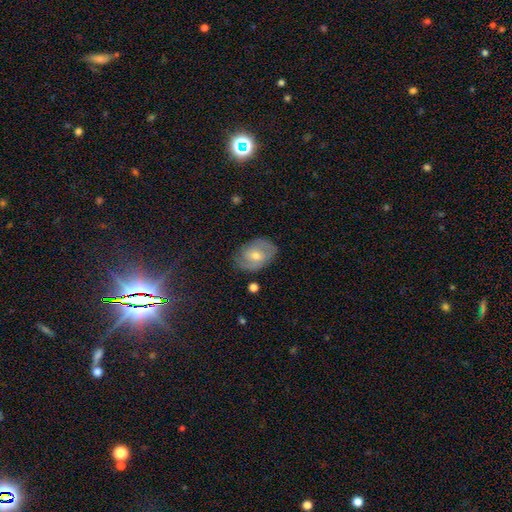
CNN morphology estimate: The model was most divided on "bar": no: 44%, weak: 43%, strong: 12%. More confident: edge-on disk — no (95%); merging — none (75%); spiral arms — yes (74%); smooth or featured — featured or disk (58%); bulge size — moderate (58%).